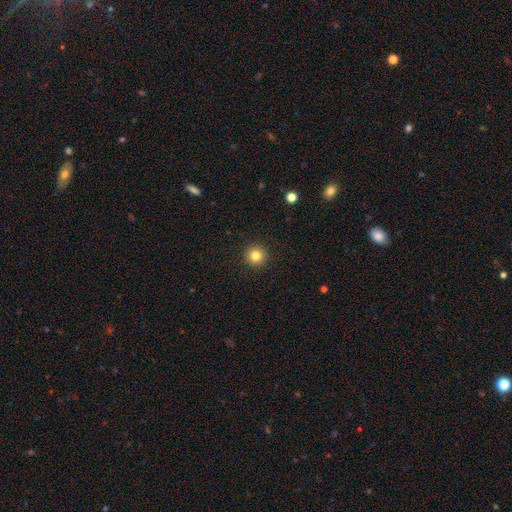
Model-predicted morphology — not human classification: Smooth or featured: smooth — 82% (star or artifact — 12%)
How rounded: round — 96% (in between — 4%)
Merging: none — 93% (minor disturbance — 4%)